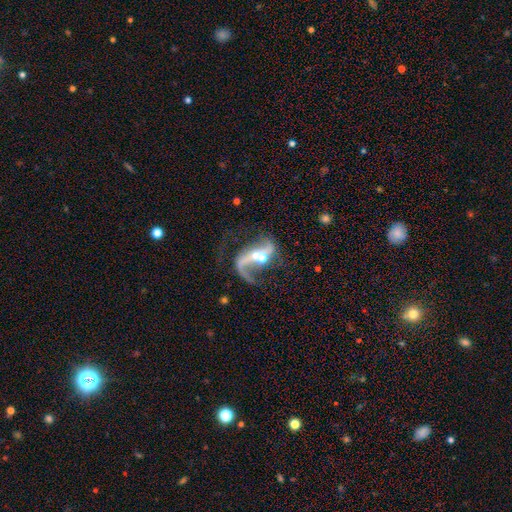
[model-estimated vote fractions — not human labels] A featured or disk galaxy (84%) with no bar (36%), 2 (59%) loose (74%) spiral arms (91%) and a moderate central bulge (62%). Merging: none (37%).